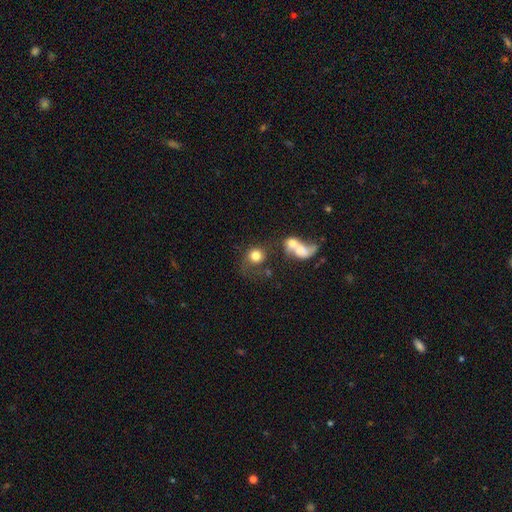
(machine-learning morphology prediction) Smooth or featured? smooth (76%)
How rounded? round (83%)
Merging? none (39%)